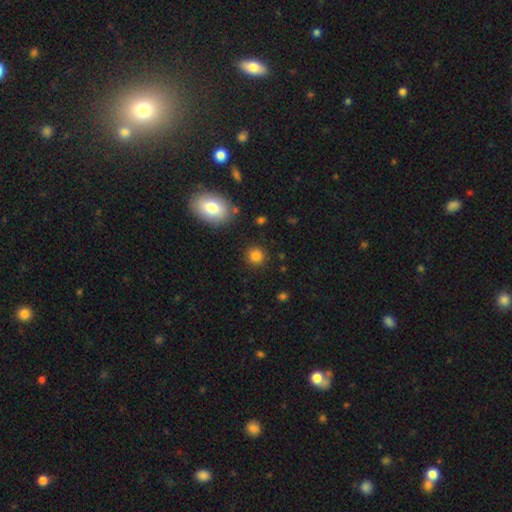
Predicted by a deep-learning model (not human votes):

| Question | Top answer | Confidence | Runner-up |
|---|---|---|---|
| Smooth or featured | smooth | 84% | star or artifact (12%) |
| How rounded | round | 89% | in between (10%) |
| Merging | none | 89% | minor disturbance (7%) |